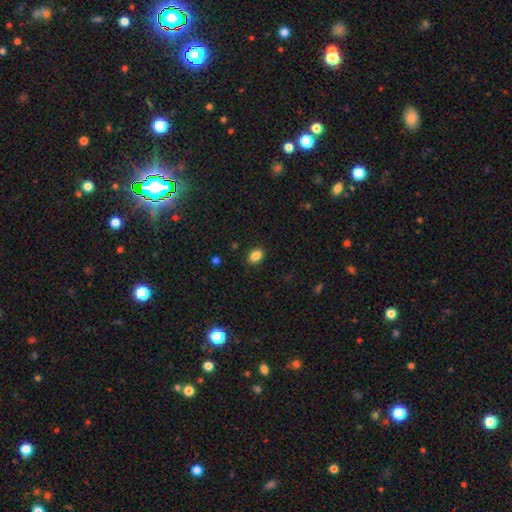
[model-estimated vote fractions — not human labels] Smooth or featured?
  - smooth: 85% *
  - star or artifact: 10%
  - featured or disk: 5%
How rounded?
  - in between: 69% *
  - round: 30%
  - cigar-shaped: 1%
Merging?
  - none: 89% *
  - minor disturbance: 8%
  - major disturbance: 2%
  - merger: 1%